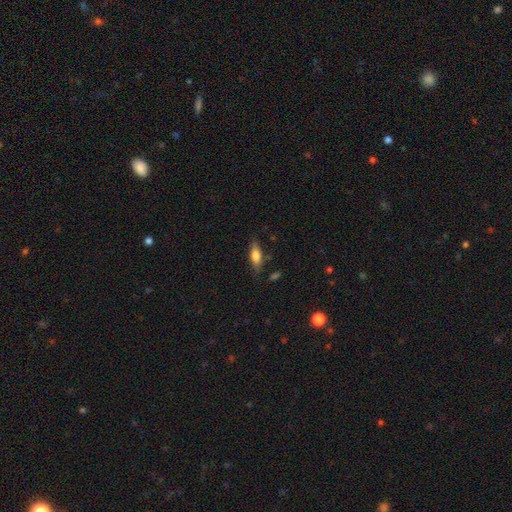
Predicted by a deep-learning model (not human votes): Smooth or featured? smooth (70%)
How rounded? in between (61%)
Merging? none (76%)